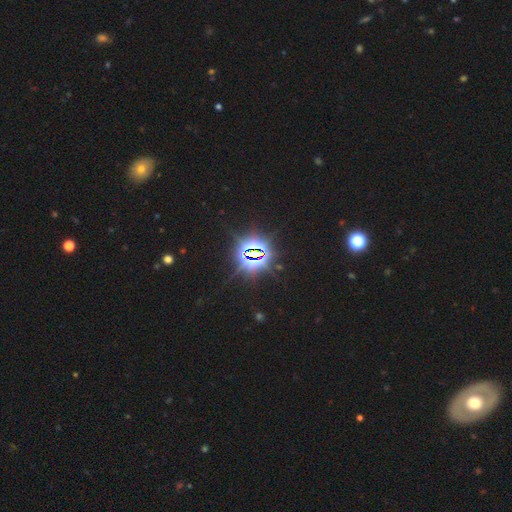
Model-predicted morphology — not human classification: Q: Smooth or featured?
A: star or artifact (84%); runner-up: smooth (9%)